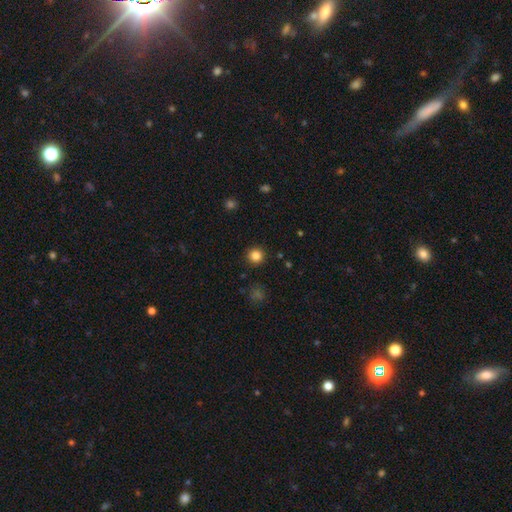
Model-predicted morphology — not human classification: Q: Smooth or featured?
A: smooth (84%); runner-up: star or artifact (12%)
Q: How rounded?
A: round (95%); runner-up: in between (5%)
Q: Merging?
A: none (91%); runner-up: minor disturbance (5%)